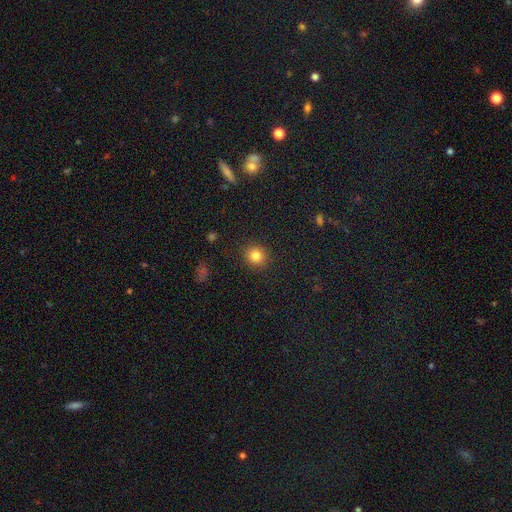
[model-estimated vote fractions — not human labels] Overall: smooth (82%). How rounded: round (88%). Merging: none (90%).